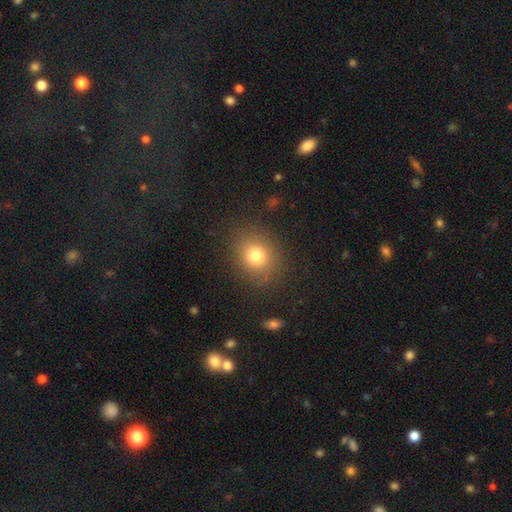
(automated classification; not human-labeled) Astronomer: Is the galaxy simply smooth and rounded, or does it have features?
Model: smooth — 77%.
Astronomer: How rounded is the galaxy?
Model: round — 68%.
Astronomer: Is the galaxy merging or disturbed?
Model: none — 84%.